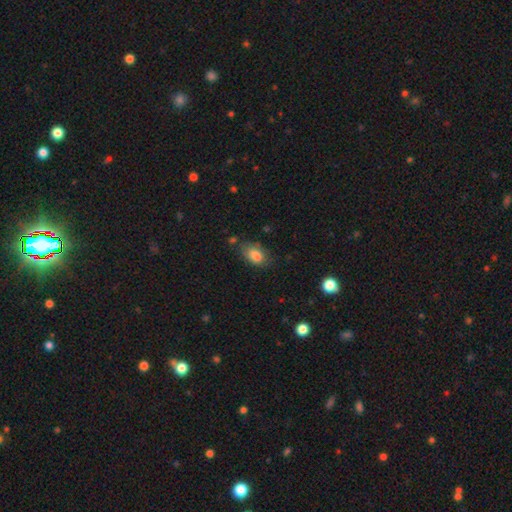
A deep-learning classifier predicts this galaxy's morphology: Q: Smooth or featured?
A: smooth (83%); runner-up: featured or disk (9%)
Q: How rounded?
A: in between (88%); runner-up: round (10%)
Q: Merging?
A: none (65%); runner-up: minor disturbance (24%)